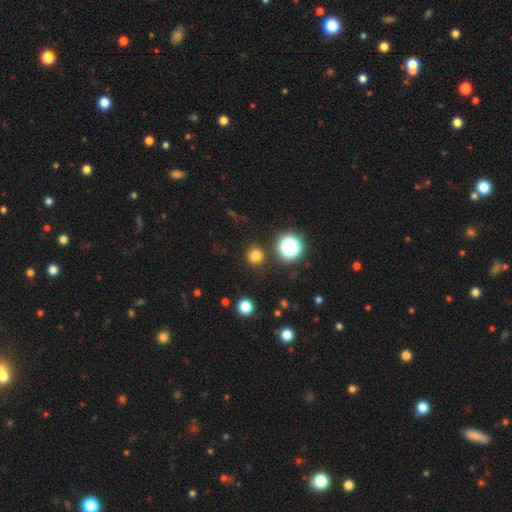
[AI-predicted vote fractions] Morphology: type=smooth (76%); roundness=round (94%); merging=none (90%).